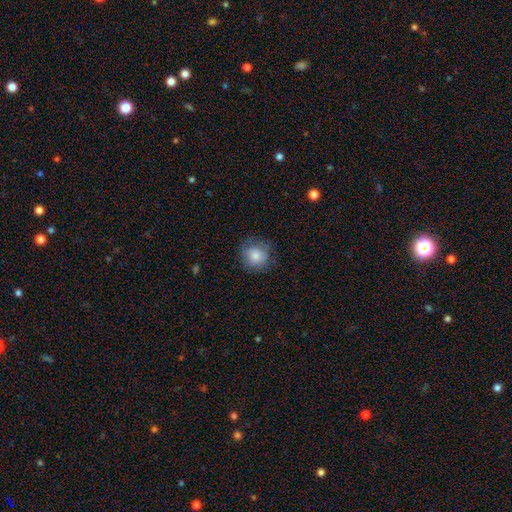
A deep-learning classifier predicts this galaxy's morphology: Smooth or featured: smooth — 83% (featured or disk — 9%)
How rounded: round — 89% (in between — 10%)
Merging: none — 76% (minor disturbance — 17%)